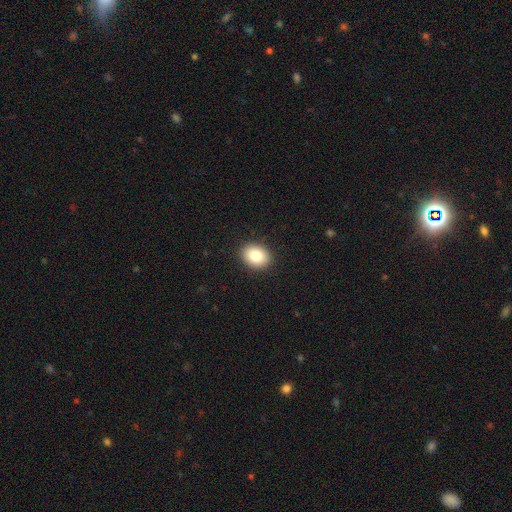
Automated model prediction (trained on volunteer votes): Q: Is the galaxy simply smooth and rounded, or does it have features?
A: smooth — 84%.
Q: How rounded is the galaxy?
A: in between — 62%.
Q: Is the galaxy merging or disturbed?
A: none — 91%.